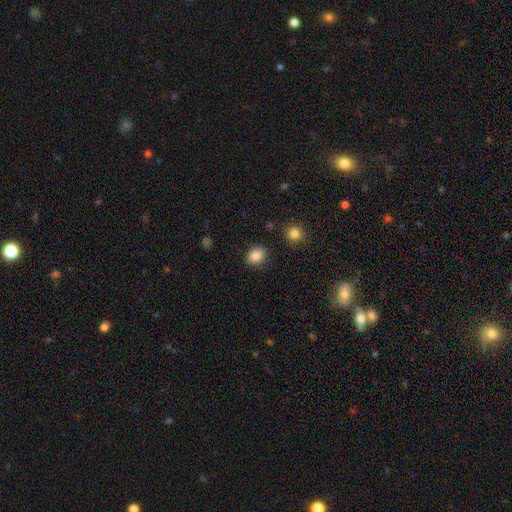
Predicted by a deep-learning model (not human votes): A smooth galaxy with no disk features (85%) that is round (53%). Merging: none (86%).